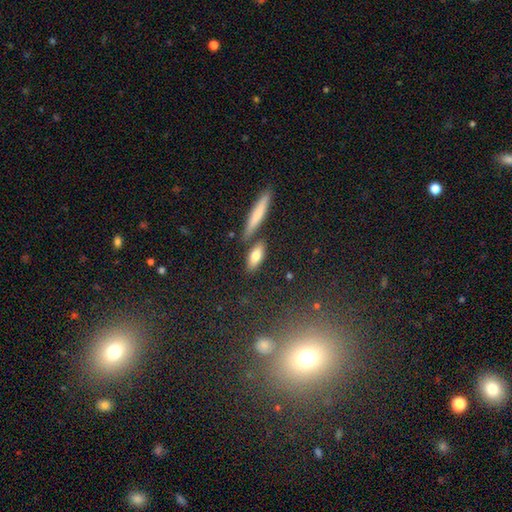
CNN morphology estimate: type=smooth (78%); roundness=in between (71%); merging=none (76%).